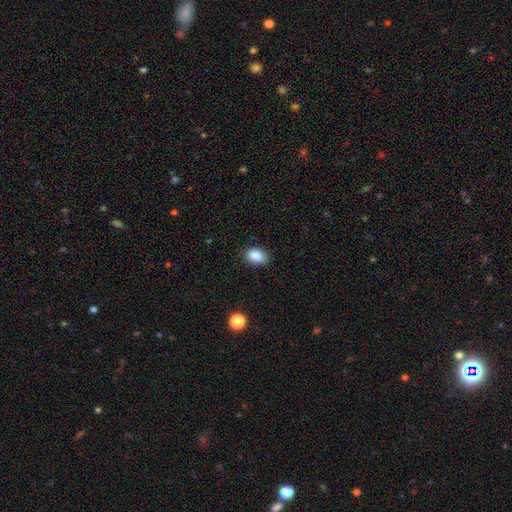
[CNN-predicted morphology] Smooth or featured: smooth — 88% (star or artifact — 9%)
How rounded: in between — 72% (round — 27%)
Merging: none — 85% (minor disturbance — 12%)